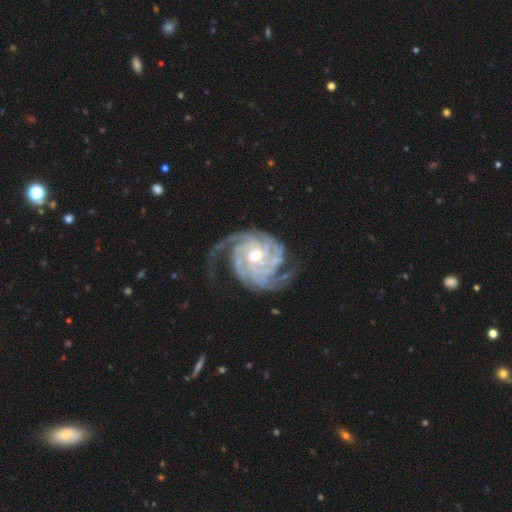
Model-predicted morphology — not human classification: smooth-or-featured: featured or disk: 93% | star or artifact: 4% | smooth: 3%
  disk-edge-on: no: 98% | yes: 2%
    bar: no: 54% | weak: 34% | strong: 12%
    has-spiral-arms: yes: 98% | no: 2%
      spiral-winding: tight: 70% | medium: 25% | loose: 5%
      spiral-arm-count: 4: 24% | 3: 21% | can't tell: 18% | more than 4: 15% | 2: 13% | 1: 9%
    bulge-size: moderate: 66% | small: 27% | large: 5% | none: 1% | dominant: 1%
  merging: none: 67% | minor disturbance: 18% | major disturbance: 13% | merger: 2%